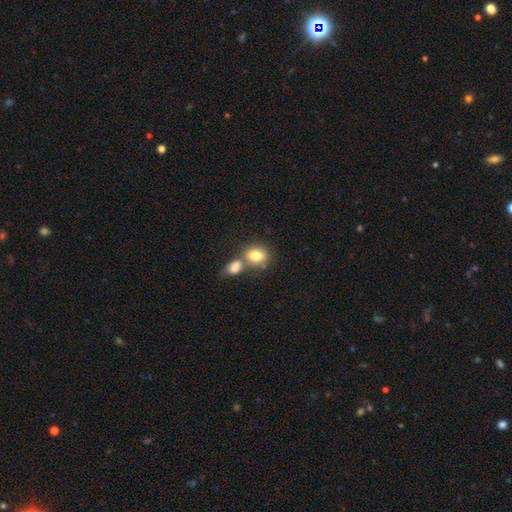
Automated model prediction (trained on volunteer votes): This appears to be a smooth galaxy with no disk features (81%) that is in between round and cigar-shaped (57%). Merging: merger (48%).